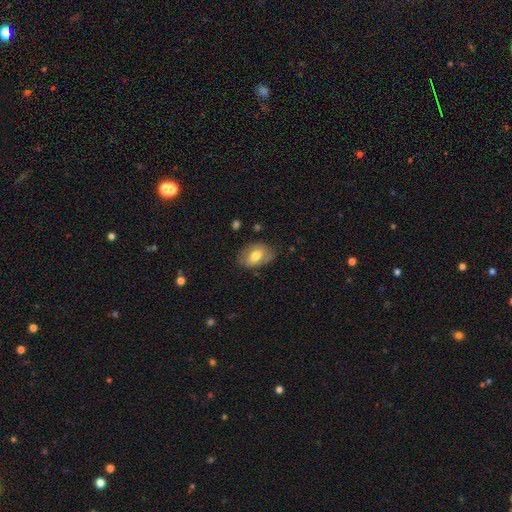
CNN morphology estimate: The model was most divided on "smooth or featured": smooth: 64%, featured or disk: 29%, star or artifact: 7%. More confident: how rounded — in between (85%); merging — none (73%).